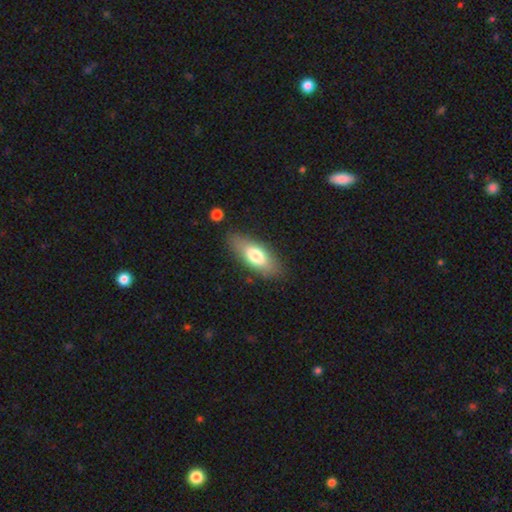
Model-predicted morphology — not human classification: This appears to be a smooth galaxy with no disk features (72%) that is in between round and cigar-shaped (80%). Merging: none (80%).